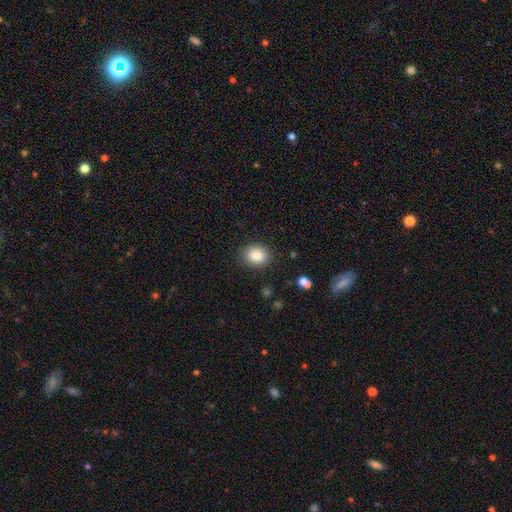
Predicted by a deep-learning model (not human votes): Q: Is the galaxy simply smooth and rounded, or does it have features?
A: smooth — 85%.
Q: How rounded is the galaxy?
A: in between — 53%.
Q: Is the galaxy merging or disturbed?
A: none — 87%.